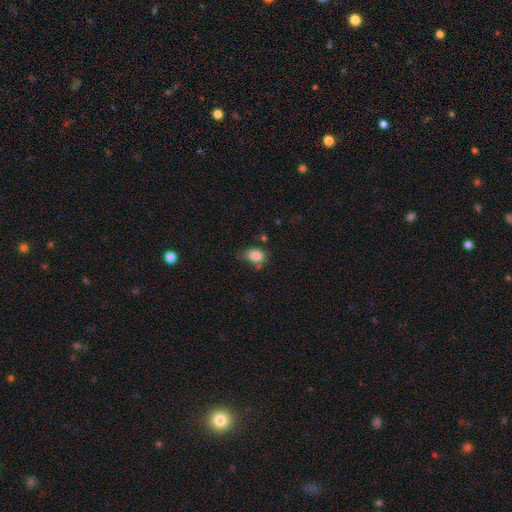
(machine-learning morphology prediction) smooth-or-featured: smooth: 84% | star or artifact: 9% | featured or disk: 7%
  how-rounded: in between: 71% | round: 27% | cigar-shaped: 1%
  merging: none: 59% | minor disturbance: 27% | major disturbance: 8% | merger: 6%